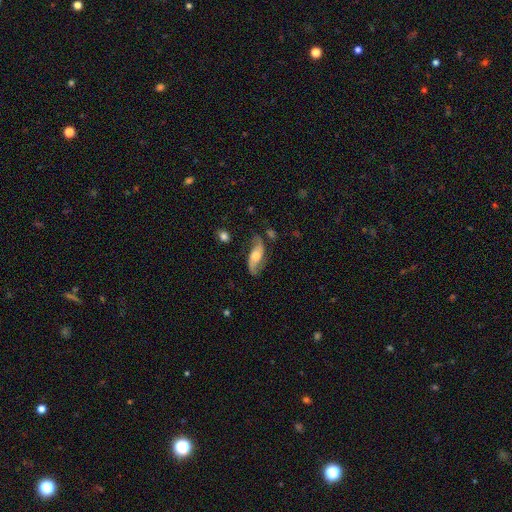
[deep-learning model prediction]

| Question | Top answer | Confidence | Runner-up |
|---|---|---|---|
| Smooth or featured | featured or disk | 72% | smooth (22%) |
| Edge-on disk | no | 87% | yes (13%) |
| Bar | no | 55% | weak (32%) |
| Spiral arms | yes | 92% | no (8%) |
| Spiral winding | loose | 63% | medium (27%) |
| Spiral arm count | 2 | 90% | can't tell (4%) |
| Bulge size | moderate | 55% | large (20%) |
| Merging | none | 69% | minor disturbance (19%) |